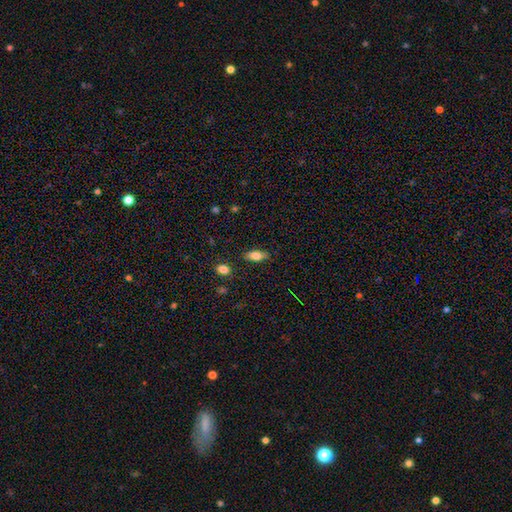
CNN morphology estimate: Smooth or featured: smooth — 80% (featured or disk — 11%)
How rounded: in between — 82% (cigar-shaped — 15%)
Merging: none — 83% (minor disturbance — 12%)